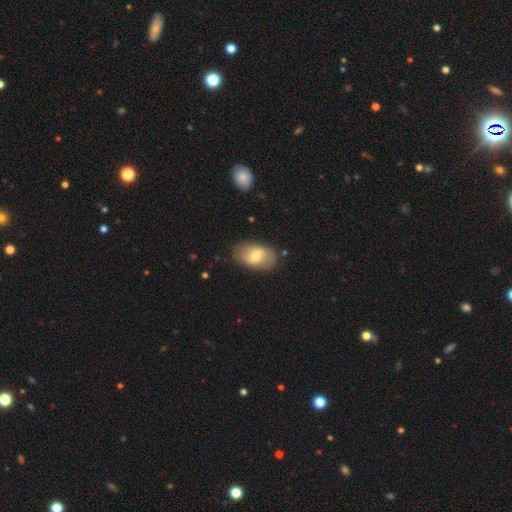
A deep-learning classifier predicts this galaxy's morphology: Smooth or featured? Predicted: smooth (p=0.62). How rounded? Predicted: in between (p=0.88). Merging? Predicted: none (p=0.81).